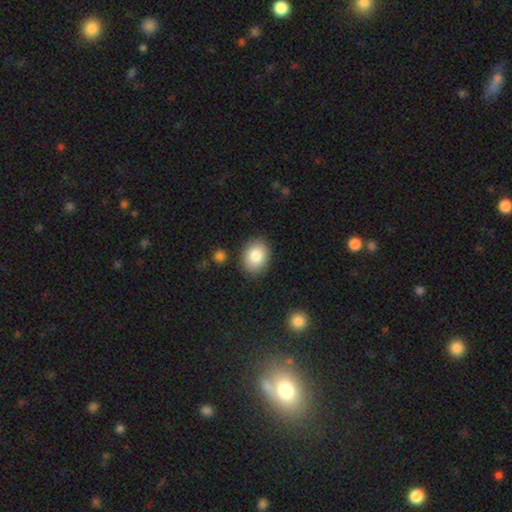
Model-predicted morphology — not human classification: smooth 84%, featured or disk 8%, star or artifact 8%. Down the decision tree: how rounded — in between (57%); merging — none (87%).